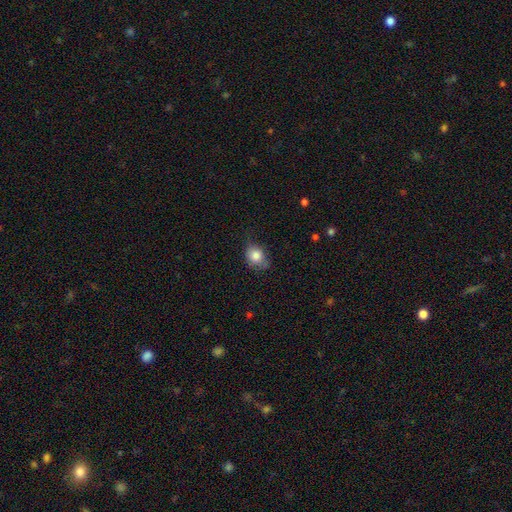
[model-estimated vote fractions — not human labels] Smooth or featured: smooth — 83% (star or artifact — 9%)
How rounded: round — 56% (in between — 43%)
Merging: none — 59% (minor disturbance — 32%)